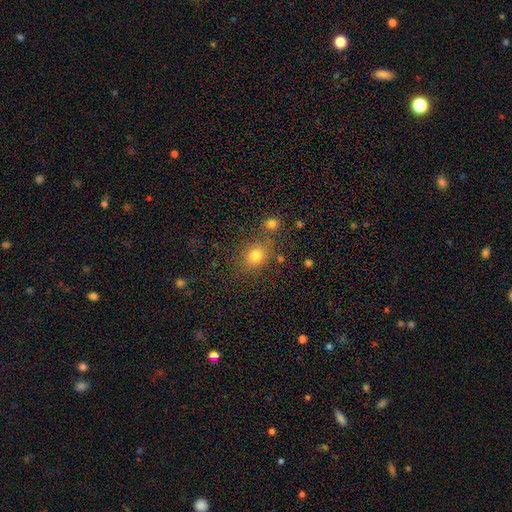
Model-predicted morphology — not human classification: smooth-or-featured: smooth: 79% | star or artifact: 14% | featured or disk: 7%
  how-rounded: round: 62% | in between: 37% | cigar-shaped: 1%
  merging: none: 72% | minor disturbance: 12% | merger: 11% | major disturbance: 5%